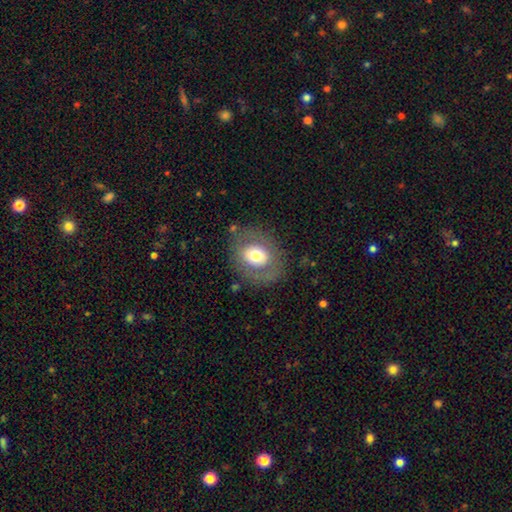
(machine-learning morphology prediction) This is possibly a smooth galaxy (58%). How rounded: possibly round (53%). Merging: likely none (78%).